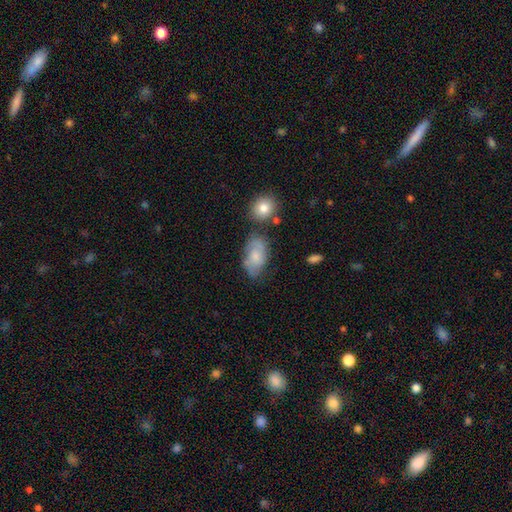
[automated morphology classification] type=smooth (56%); roundness=in between (91%); merging=none (57%).